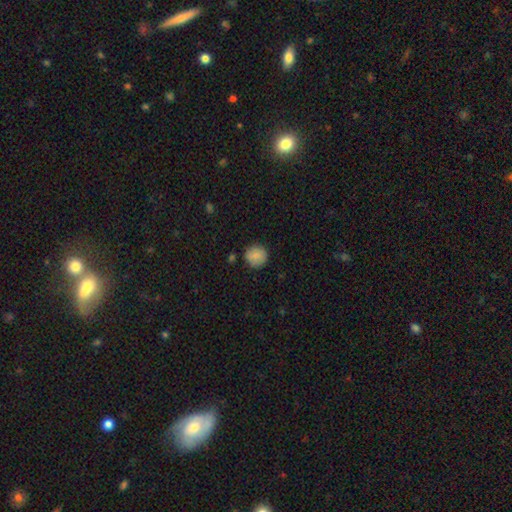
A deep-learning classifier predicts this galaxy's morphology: Overall: smooth (83%). How rounded: round (93%). Merging: none (84%).